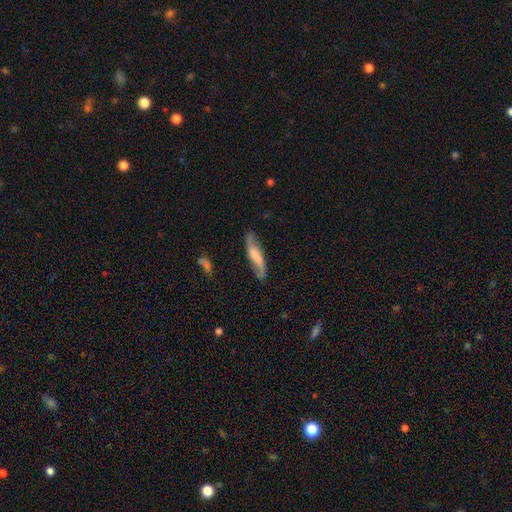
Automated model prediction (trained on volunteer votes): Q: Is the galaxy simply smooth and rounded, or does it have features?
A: featured or disk — 59%.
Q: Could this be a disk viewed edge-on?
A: no — 72%.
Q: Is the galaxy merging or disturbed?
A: none — 74%.